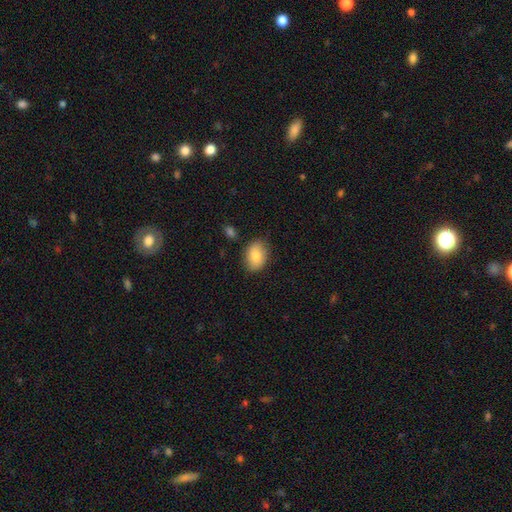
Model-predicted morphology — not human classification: smooth 83%, featured or disk 10%, star or artifact 7%. Down the decision tree: how rounded — in between (77%); merging — none (82%).